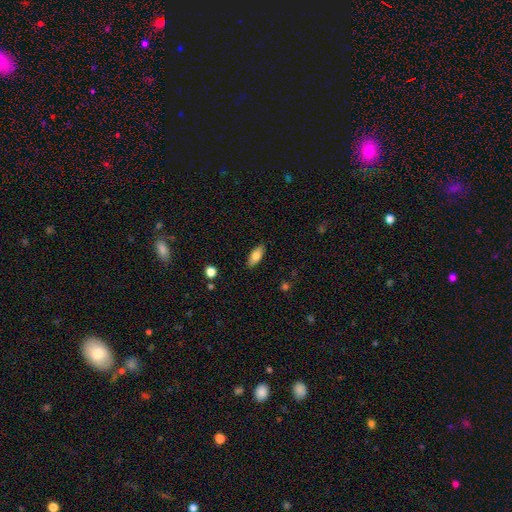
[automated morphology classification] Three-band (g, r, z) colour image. It shows a smooth galaxy with no disk features (78%) that is in between round and cigar-shaped (82%). Merging: none (88%).